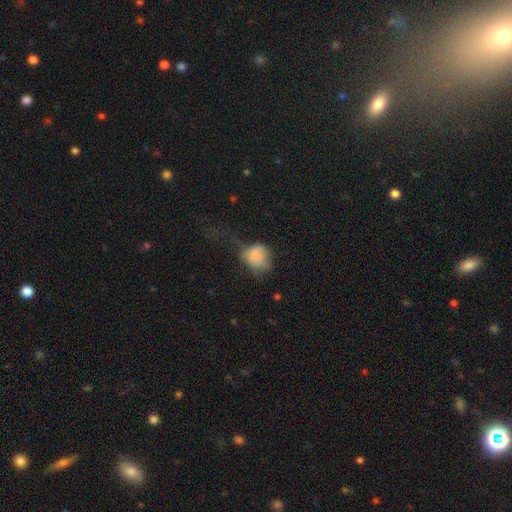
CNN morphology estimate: Smooth or featured?
  - smooth: 77% *
  - featured or disk: 12%
  - star or artifact: 10%
How rounded?
  - round: 59% *
  - in between: 40%
  - cigar-shaped: 1%
Merging?
  - major disturbance: 41% *
  - minor disturbance: 30%
  - none: 25%
  - merger: 4%